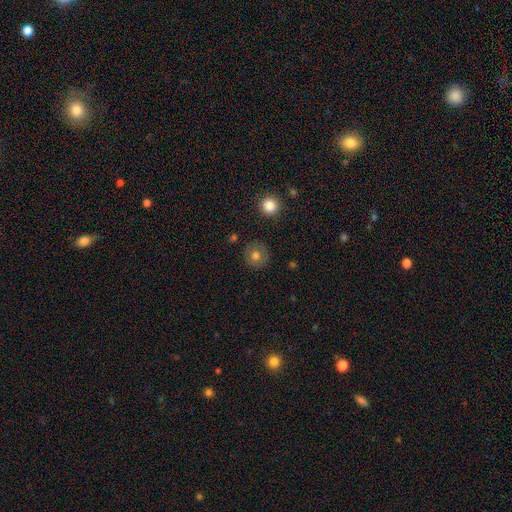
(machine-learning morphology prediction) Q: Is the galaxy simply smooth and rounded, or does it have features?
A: smooth — 74%.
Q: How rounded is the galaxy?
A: round — 93%.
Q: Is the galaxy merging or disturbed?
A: none — 88%.